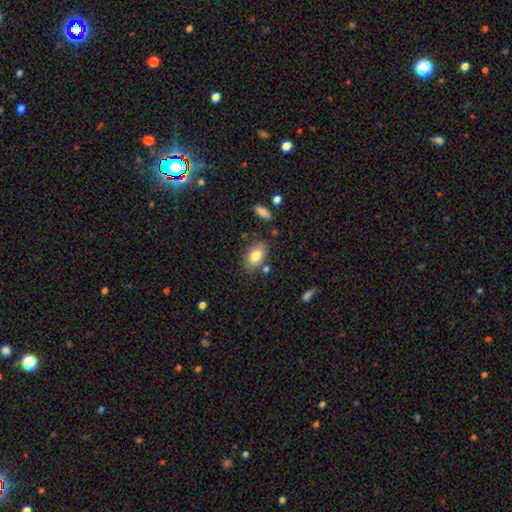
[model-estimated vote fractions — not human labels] smooth 78%, featured or disk 14%, star or artifact 8%. Down the decision tree: how rounded — in between (89%); merging — none (78%).